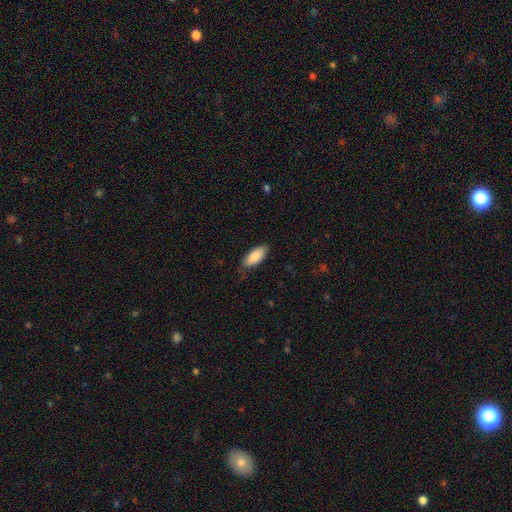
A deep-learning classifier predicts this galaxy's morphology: Smooth or featured: smooth — 87% (featured or disk — 7%)
How rounded: in between — 88% (cigar-shaped — 10%)
Merging: none — 78% (minor disturbance — 18%)